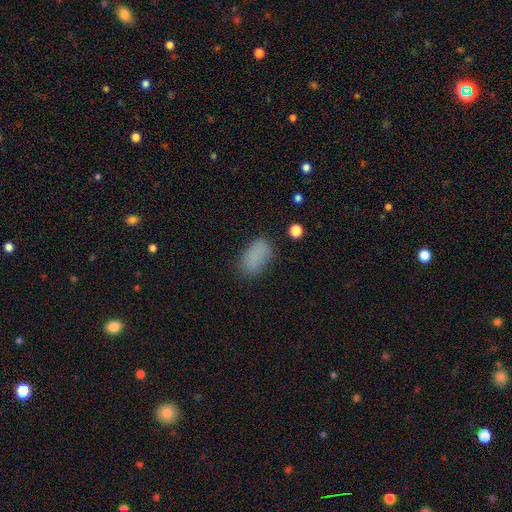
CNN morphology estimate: This appears to be a smooth galaxy with no disk features (82%) that is in between round and cigar-shaped (91%). Merging: none (71%).